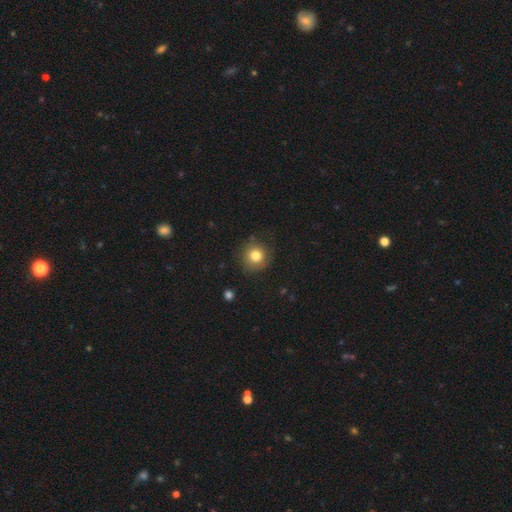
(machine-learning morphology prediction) type=smooth (79%); roundness=round (93%); merging=none (83%).